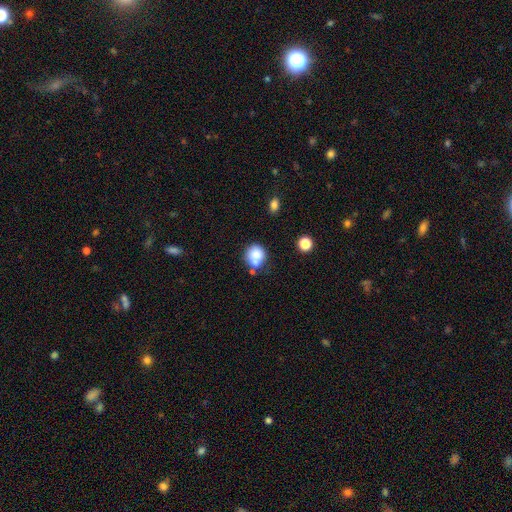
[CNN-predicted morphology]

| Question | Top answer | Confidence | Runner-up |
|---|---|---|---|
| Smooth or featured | smooth | 77% | featured or disk (13%) |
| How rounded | round | 82% | in between (17%) |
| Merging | none | 50% | merger (28%) |